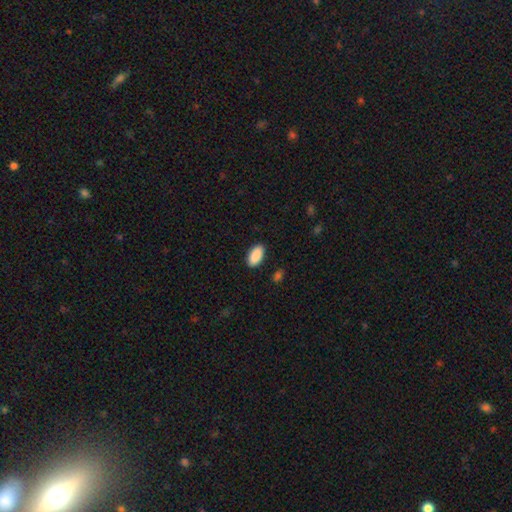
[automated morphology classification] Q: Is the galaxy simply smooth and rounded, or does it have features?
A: smooth — 91%.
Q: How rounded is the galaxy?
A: in between — 95%.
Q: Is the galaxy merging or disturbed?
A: none — 89%.